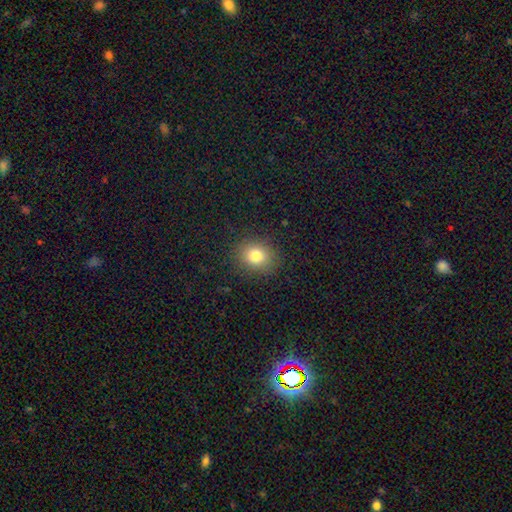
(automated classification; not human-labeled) This is likely a smooth galaxy (80%). How rounded: likely round (66%). Merging: clearly none (88%).